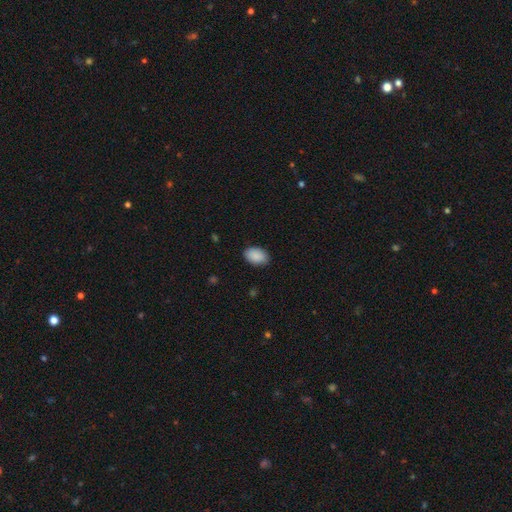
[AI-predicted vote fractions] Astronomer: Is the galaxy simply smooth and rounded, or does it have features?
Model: smooth — 90%.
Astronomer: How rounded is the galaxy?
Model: in between — 87%.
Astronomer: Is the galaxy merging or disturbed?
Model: none — 84%.